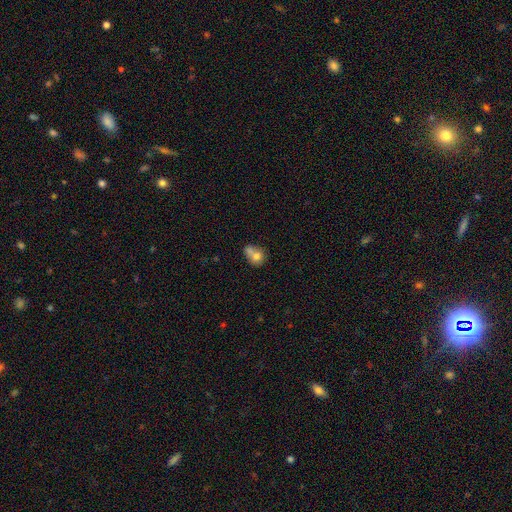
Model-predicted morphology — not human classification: type=smooth (70%); roundness=round (61%); merging=merger (53%).